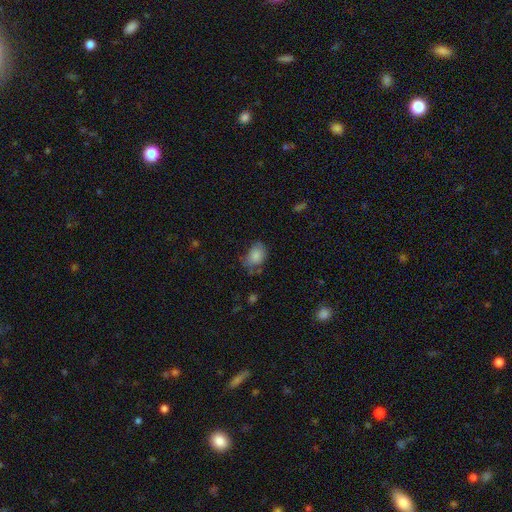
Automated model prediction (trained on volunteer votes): Morphology: type=smooth (84%); roundness=in between (71%); merging=none (55%).